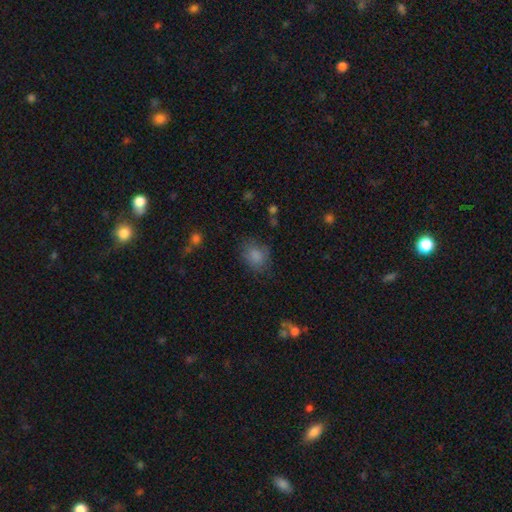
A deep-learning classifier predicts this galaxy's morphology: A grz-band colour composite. It shows a smooth galaxy with no disk features (83%) that is round (54%). Merging: none (70%).